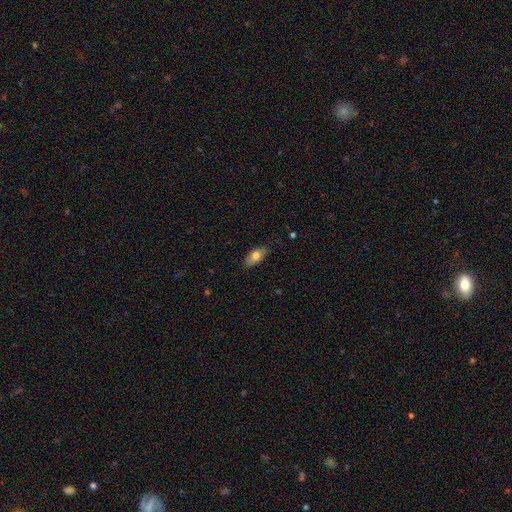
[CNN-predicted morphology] type=smooth (76%); roundness=in between (85%); merging=none (82%).